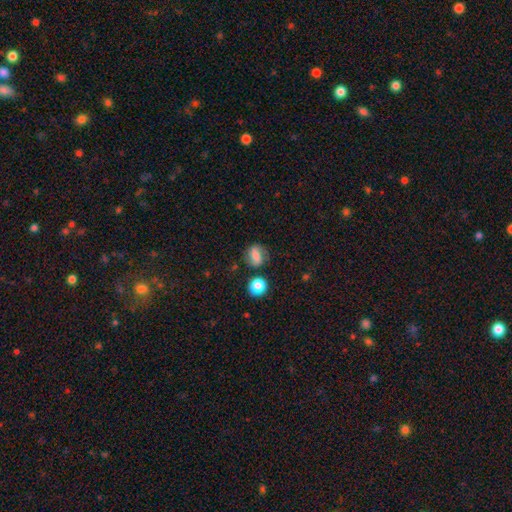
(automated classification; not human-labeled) smooth 55%, featured or disk 33%, star or artifact 12%. Down the decision tree: how rounded — round (55%); merging — none (70%).